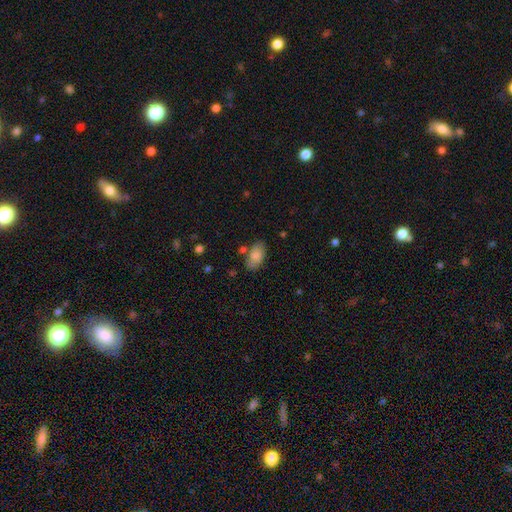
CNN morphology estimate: smooth 84%, featured or disk 9%, star or artifact 7%. Down the decision tree: how rounded — in between (93%); merging — none (74%).